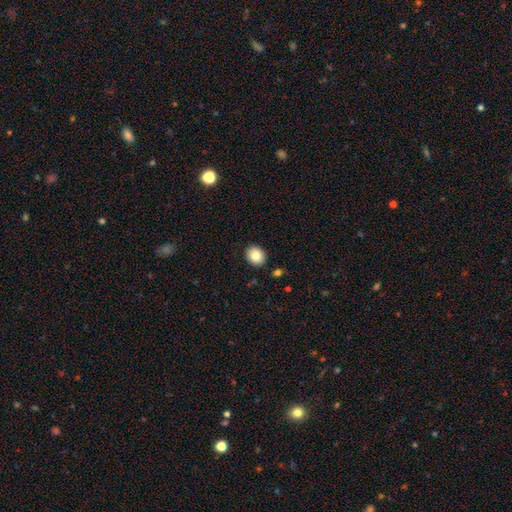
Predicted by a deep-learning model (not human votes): This appears to be a smooth galaxy with no disk features (84%) that is round (63%). Merging: none (90%).